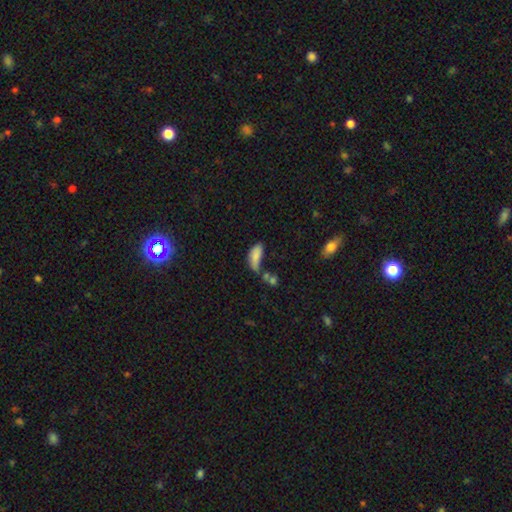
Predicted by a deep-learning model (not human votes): This appears to be a smooth galaxy with no disk features (77%) that is in between round and cigar-shaped (79%). Merging: none (29%).